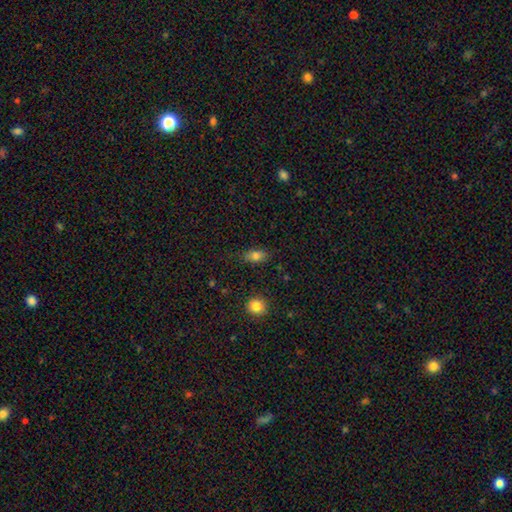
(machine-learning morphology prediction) Smooth or featured: smooth — 77% (featured or disk — 12%)
How rounded: in between — 82% (round — 10%)
Merging: none — 79% (minor disturbance — 15%)